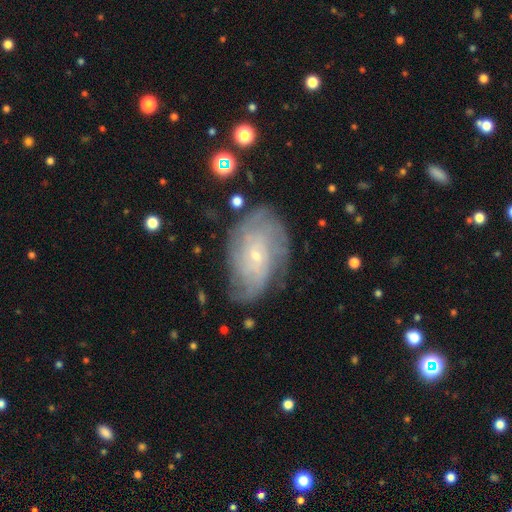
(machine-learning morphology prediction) featured or disk 75%, smooth 17%, star or artifact 8%. Down the decision tree: edge-on disk — no (96%); bar — no (72%); spiral arms — yes (87%); spiral arm count — can't tell (50%); spiral winding — tight (55%); bulge size — small (83%); merging — none (68%).